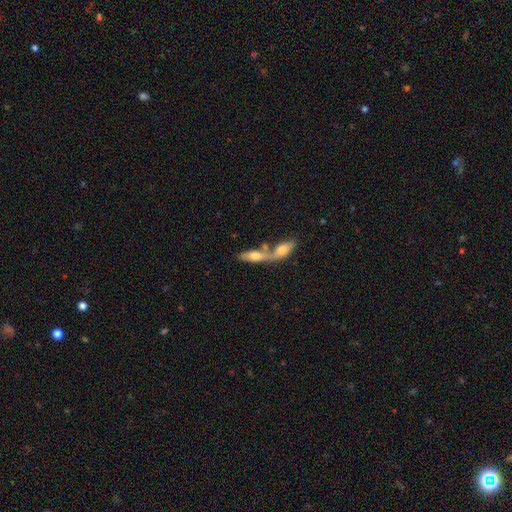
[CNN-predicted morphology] type=smooth (55%); roundness=in between (54%); merging=merger (66%).